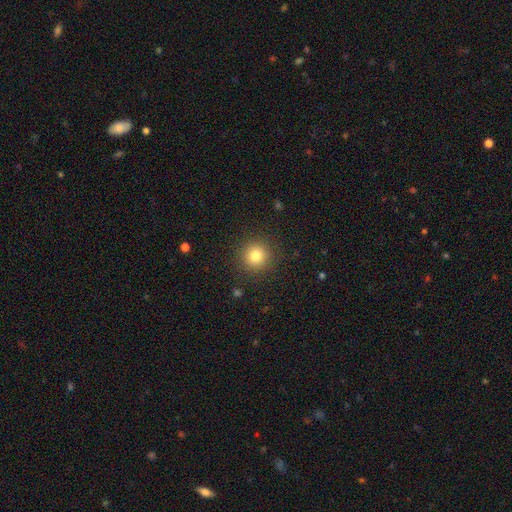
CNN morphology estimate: The model was most divided on "smooth or featured": smooth: 81%, star or artifact: 12%, featured or disk: 7%. More confident: how rounded — round (94%); merging — none (90%).